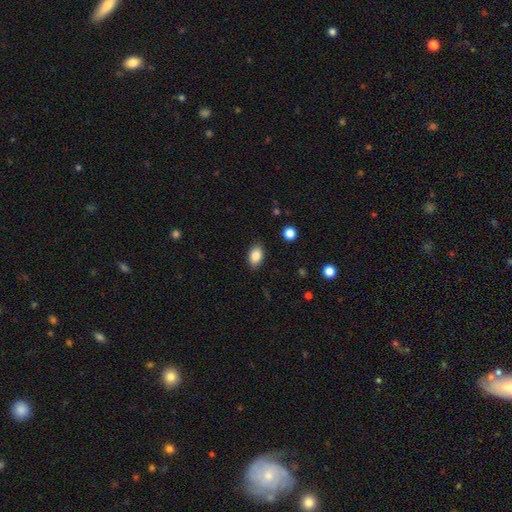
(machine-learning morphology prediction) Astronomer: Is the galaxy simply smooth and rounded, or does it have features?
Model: smooth — 86%.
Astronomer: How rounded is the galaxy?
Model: in between — 87%.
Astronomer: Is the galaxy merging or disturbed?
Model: none — 87%.